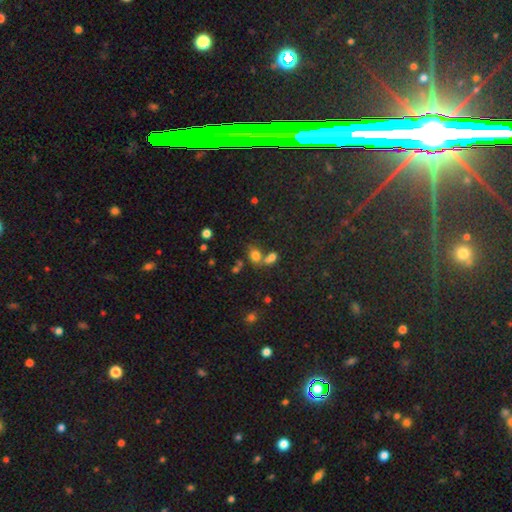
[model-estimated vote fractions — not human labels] Smooth or featured?
  - smooth: 73% *
  - star or artifact: 16%
  - featured or disk: 11%
How rounded?
  - in between: 66% *
  - round: 32%
  - cigar-shaped: 2%
Merging?
  - merger: 50% *
  - none: 36%
  - minor disturbance: 9%
  - major disturbance: 5%